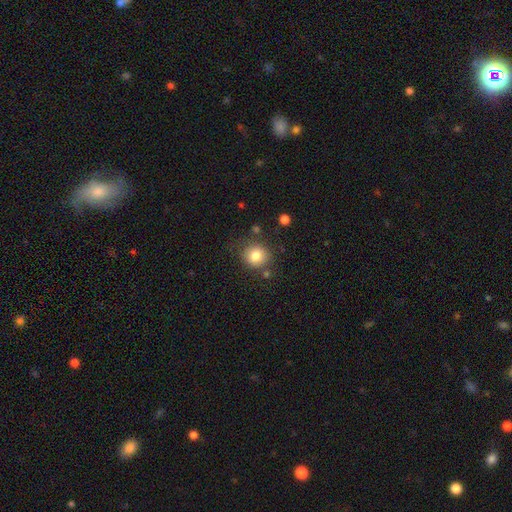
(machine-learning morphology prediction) smooth-or-featured: smooth: 81% | star or artifact: 11% | featured or disk: 8%
  how-rounded: round: 88% | in between: 11% | cigar-shaped: 1%
  merging: none: 78% | minor disturbance: 12% | merger: 6% | major disturbance: 4%